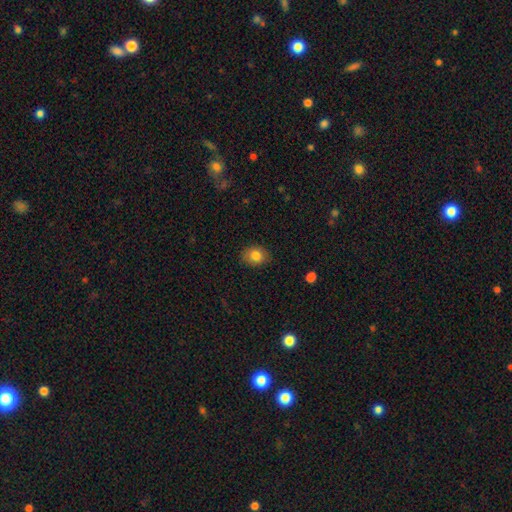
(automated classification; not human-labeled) Q: Smooth or featured?
A: smooth (82%); runner-up: star or artifact (9%)
Q: How rounded?
A: round (50%); runner-up: in between (49%)
Q: Merging?
A: none (84%); runner-up: minor disturbance (12%)